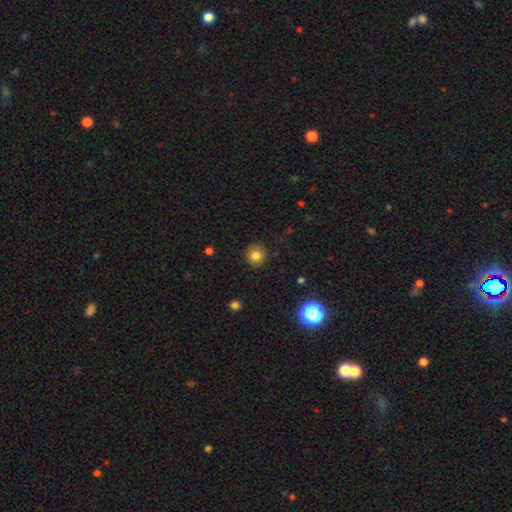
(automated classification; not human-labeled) Smooth or featured: smooth — 80% (star or artifact — 12%)
How rounded: round — 90% (in between — 9%)
Merging: none — 89% (minor disturbance — 8%)